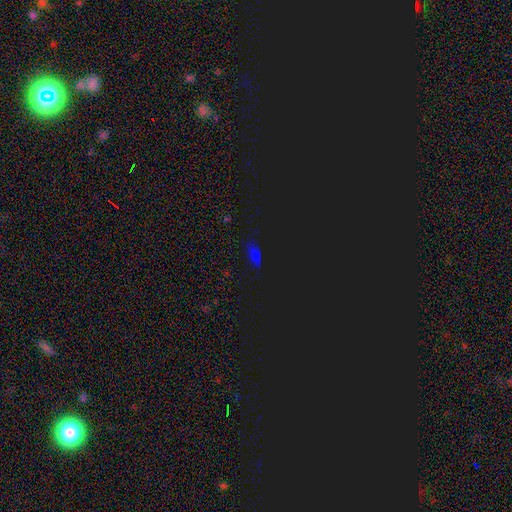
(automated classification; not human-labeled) A star or artifact, not a galaxy (49%).